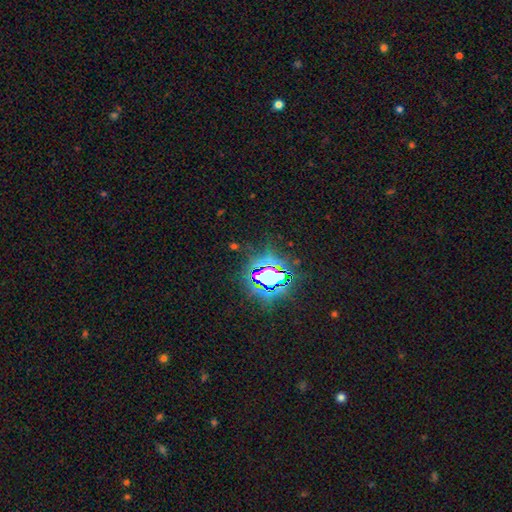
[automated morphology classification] A star or artifact, not a galaxy (83%).

Vote fractions:
- Smooth or featured? star or artifact: 83% / smooth: 10% / featured or disk: 7%